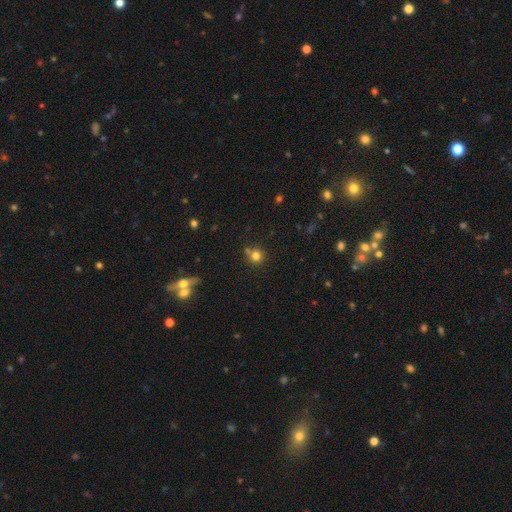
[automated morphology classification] Smooth or featured? Predicted: smooth (p=0.78). How rounded? Predicted: round (p=0.91). Merging? Predicted: none (p=0.69).